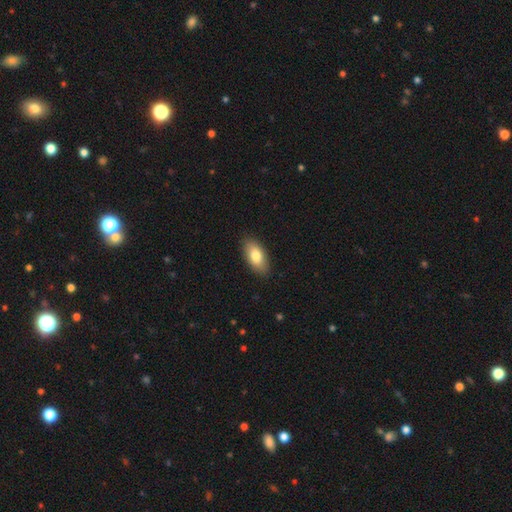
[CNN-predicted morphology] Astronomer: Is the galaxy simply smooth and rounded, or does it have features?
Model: smooth — 80%.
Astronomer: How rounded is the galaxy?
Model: in between — 91%.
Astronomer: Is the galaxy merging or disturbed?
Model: none — 88%.